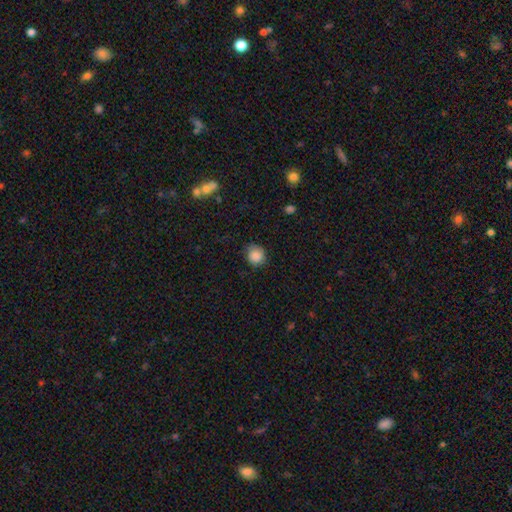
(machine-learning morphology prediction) A smooth galaxy with no disk features (87%) that is round (87%). Merging: none (78%).